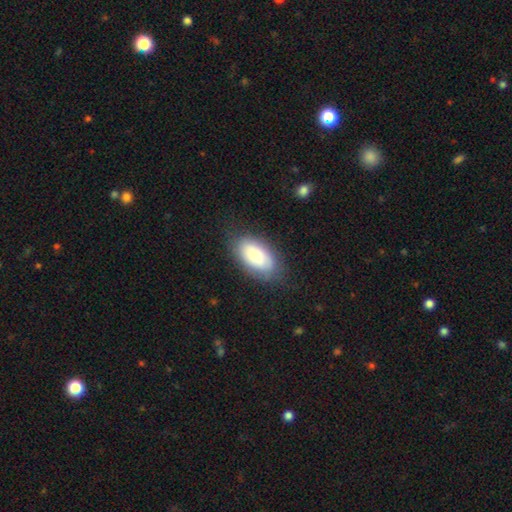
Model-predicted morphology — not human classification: Smooth or featured? smooth (83%)
How rounded? in between (94%)
Merging? none (78%)